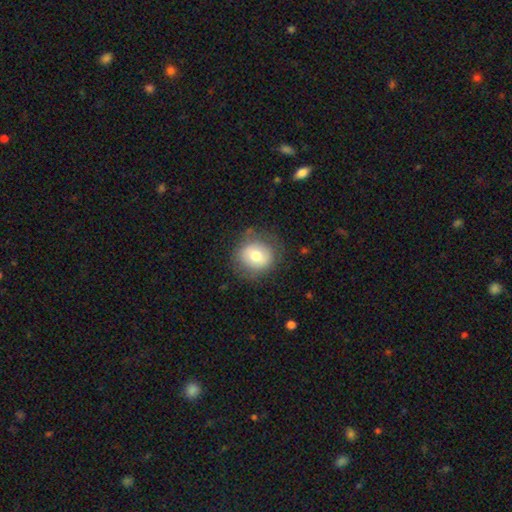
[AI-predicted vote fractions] Smooth or featured: smooth — 68% (featured or disk — 24%)
How rounded: round — 83% (in between — 17%)
Merging: none — 78% (minor disturbance — 15%)